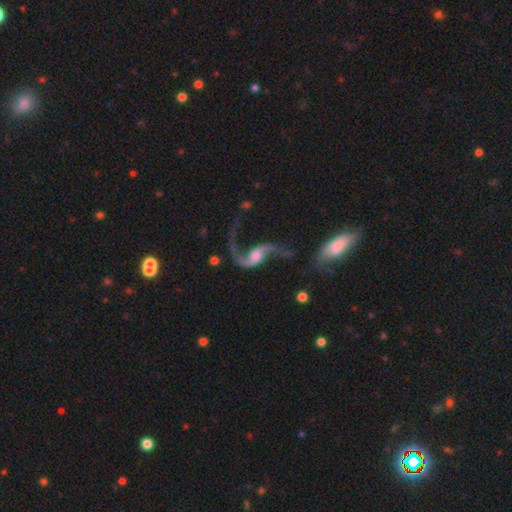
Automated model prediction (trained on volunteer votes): Smooth or featured: featured or disk — 89% (smooth — 6%)
Edge-on disk: no — 96% (yes — 4%)
Bar: no — 47% (weak — 39%)
Spiral arms: yes — 96% (no — 4%)
Spiral winding: loose — 89% (medium — 9%)
Spiral arm count: 2 — 92% (1 — 4%)
Bulge size: moderate — 48% (small — 23%)
Merging: none — 54% (major disturbance — 21%)